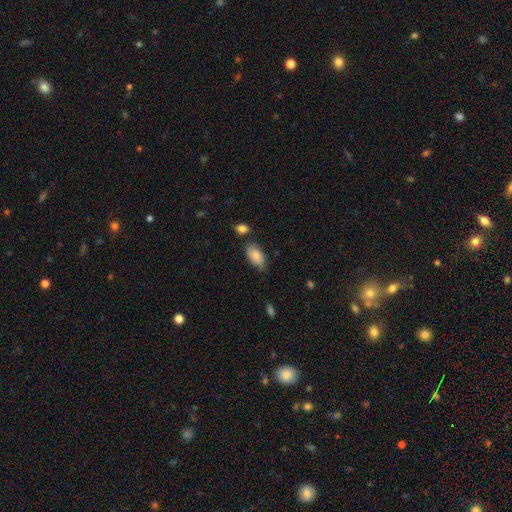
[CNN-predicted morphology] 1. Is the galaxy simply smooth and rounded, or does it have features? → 84% smooth, 9% featured or disk, 7% star or artifact.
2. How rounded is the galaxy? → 93% in between, 4% round, 3% cigar-shaped.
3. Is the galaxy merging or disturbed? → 67% none, 22% minor disturbance, 6% merger, 5% major disturbance.